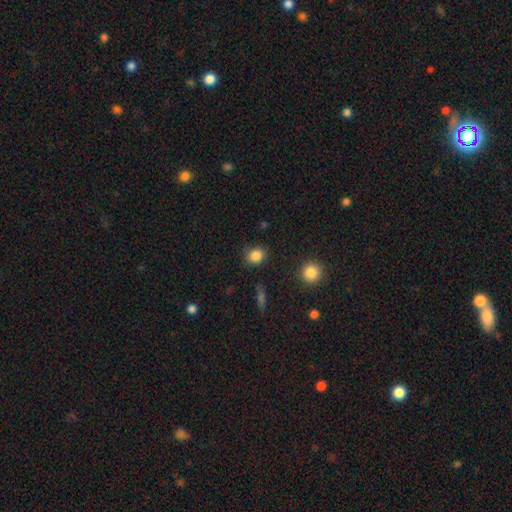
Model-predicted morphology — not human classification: smooth_or_featured: smooth (p=0.85) [alt: star or artifact p=0.11]
how_rounded: round (p=0.76) [alt: in between p=0.23]
merging: none (p=0.83) [alt: minor disturbance p=0.12]